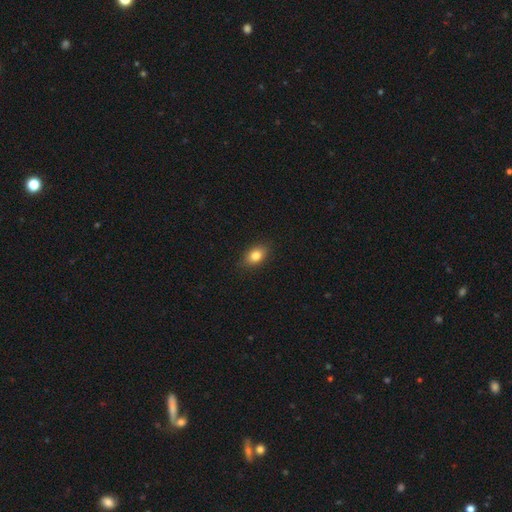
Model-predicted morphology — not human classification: The model was most divided on "how rounded": in between: 79%, round: 19%, cigar-shaped: 2%. More confident: merging — none (86%); smooth or featured — smooth (83%).